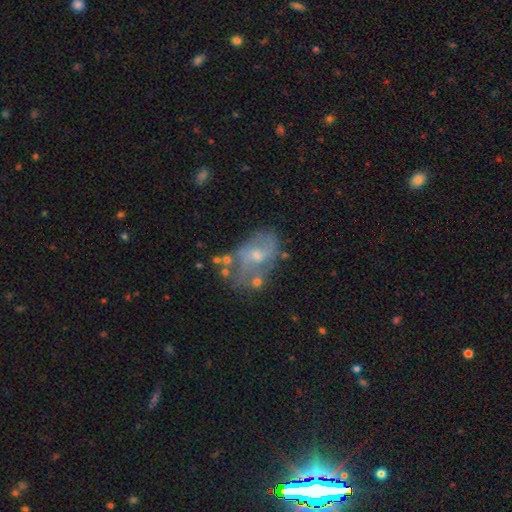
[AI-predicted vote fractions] This is likely a featured or disk galaxy (63%). It is clearly not viewed edge-on (96%). Bar: possibly no (53%). Spiral arm pattern: likely yes (60%). Central bulge: possibly small (53%). Merging: possibly none (46%).